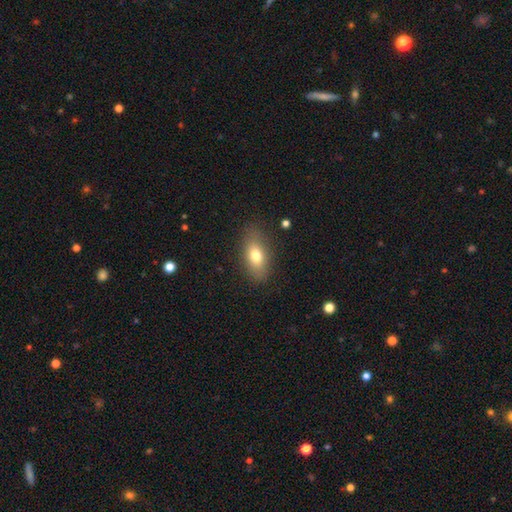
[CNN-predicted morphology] Smooth or featured: smooth — 75% (featured or disk — 17%)
How rounded: in between — 83% (cigar-shaped — 8%)
Merging: none — 83% (minor disturbance — 12%)